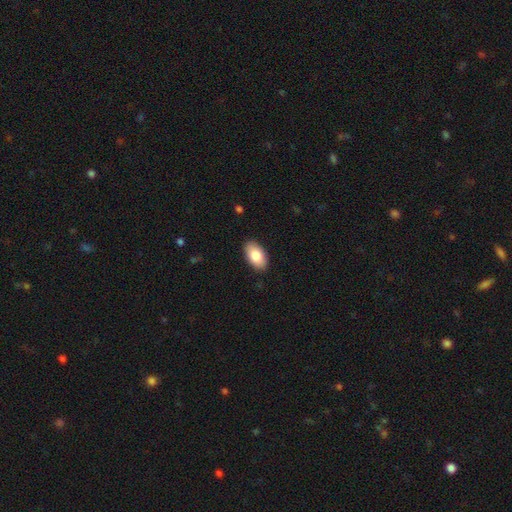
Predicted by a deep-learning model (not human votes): A smooth galaxy with no disk features (84%) that is in between round and cigar-shaped (95%).

Vote fractions:
- Smooth or featured? smooth: 84% / featured or disk: 9% / star or artifact: 6%
- How rounded? in between: 95% / round: 3% / cigar-shaped: 2%
- Merging? none: 88% / minor disturbance: 9% / major disturbance: 2% / merger: 1%